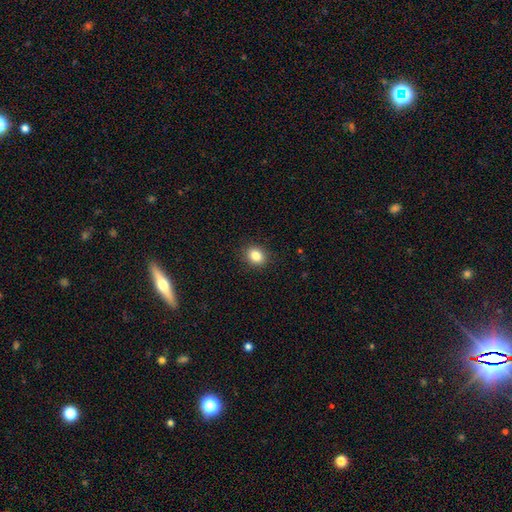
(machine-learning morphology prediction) smooth_or_featured: smooth (p=0.84) [alt: star or artifact p=0.10]
how_rounded: in between (p=0.55) [alt: round p=0.44]
merging: none (p=0.89) [alt: minor disturbance p=0.08]